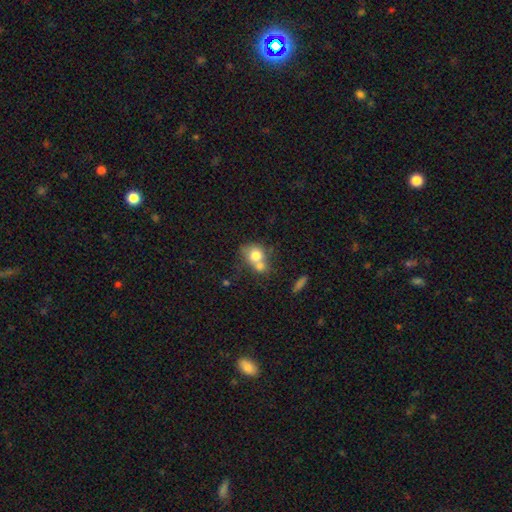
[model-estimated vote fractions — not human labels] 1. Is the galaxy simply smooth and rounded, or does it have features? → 73% smooth, 18% featured or disk, 9% star or artifact.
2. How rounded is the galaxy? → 63% round, 36% in between, 1% cigar-shaped.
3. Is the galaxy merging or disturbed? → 60% merger, 25% none, 9% minor disturbance, 5% major disturbance.